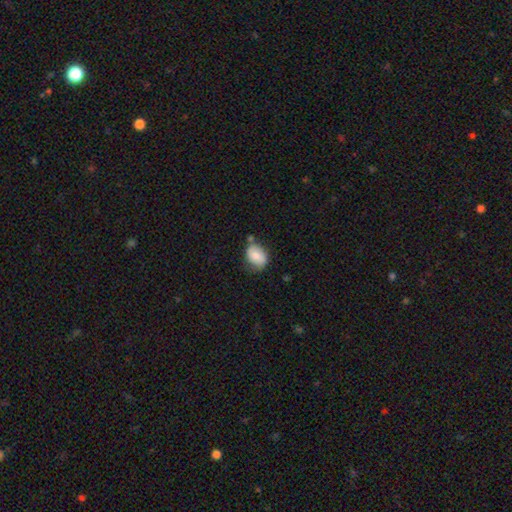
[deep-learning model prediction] smooth 73%, featured or disk 20%, star or artifact 8%. Down the decision tree: how rounded — in between (71%); merging — none (56%).